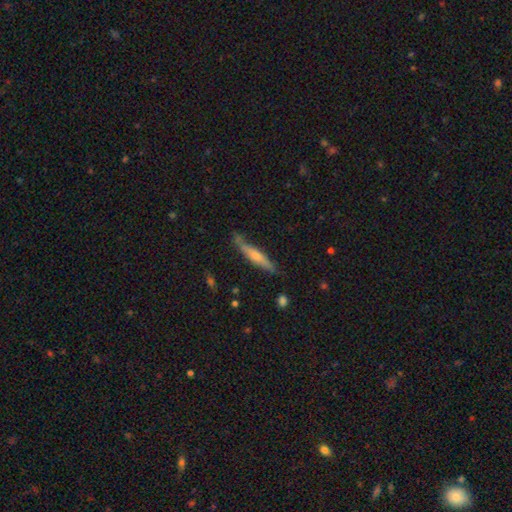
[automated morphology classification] type=smooth (48%); merging=none (73%).